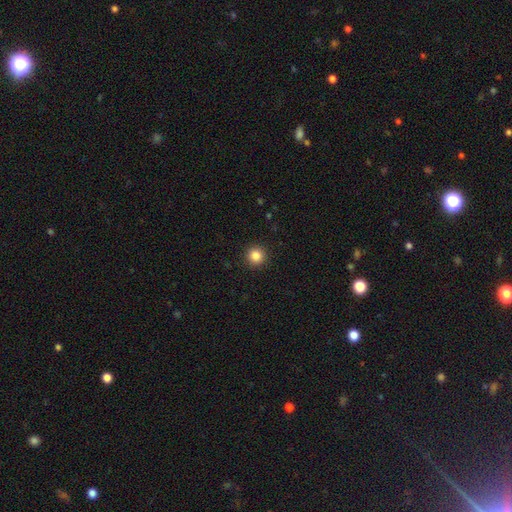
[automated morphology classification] Smooth or featured: smooth — 85% (star or artifact — 11%)
How rounded: round — 95% (in between — 4%)
Merging: none — 93% (minor disturbance — 5%)